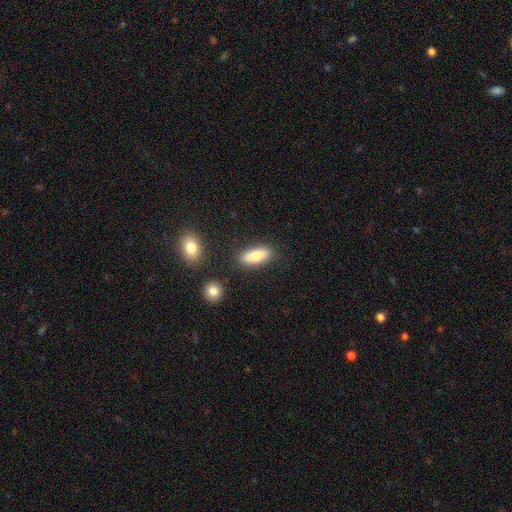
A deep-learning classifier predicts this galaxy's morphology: Q: Smooth or featured?
A: smooth (82%); runner-up: featured or disk (11%)
Q: How rounded?
A: in between (75%); runner-up: cigar-shaped (22%)
Q: Merging?
A: none (83%); runner-up: minor disturbance (10%)